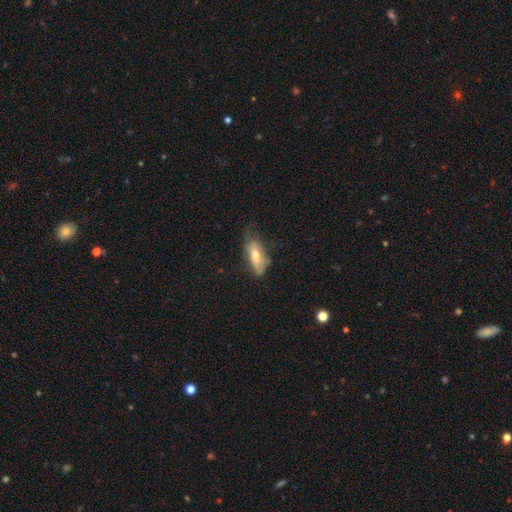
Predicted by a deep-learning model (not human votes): Morphology: type=smooth (67%); roundness=in between (74%); merging=none (47%).